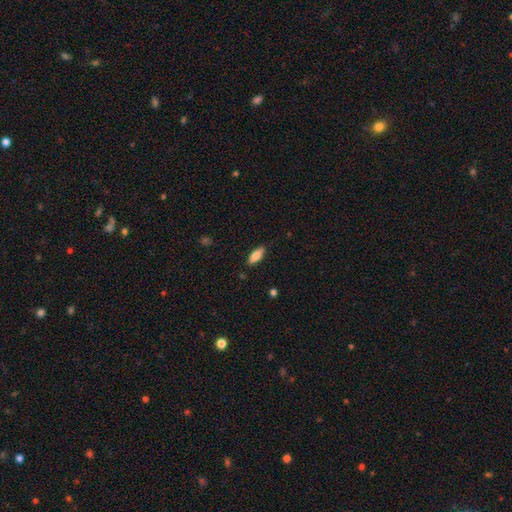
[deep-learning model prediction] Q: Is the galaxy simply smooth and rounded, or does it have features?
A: smooth — 78%.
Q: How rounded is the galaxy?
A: in between — 70%.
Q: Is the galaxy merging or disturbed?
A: none — 86%.